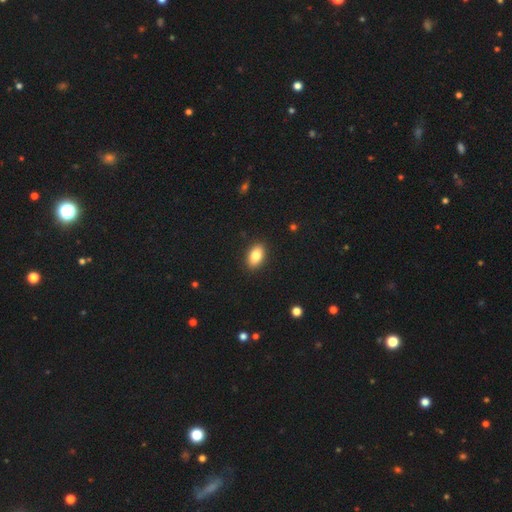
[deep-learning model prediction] Smooth or featured? Predicted: smooth (p=0.82). How rounded? Predicted: in between (p=0.90). Merging? Predicted: none (p=0.90).